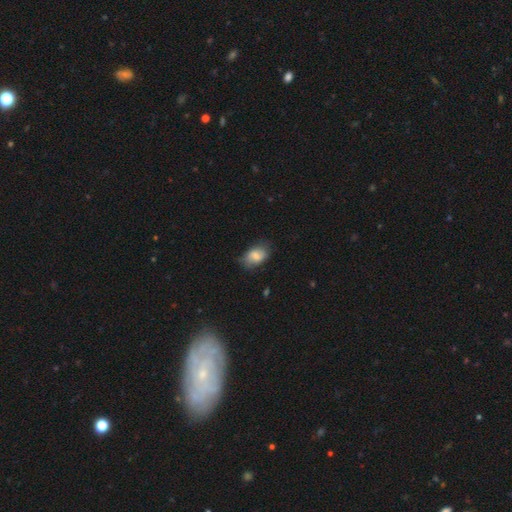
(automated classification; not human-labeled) A smooth galaxy with no disk features (70%) that is in between round and cigar-shaped (86%). Merging: none (65%).